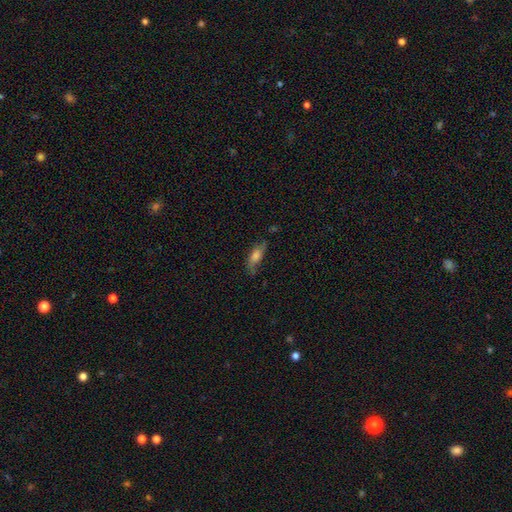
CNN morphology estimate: Smooth or featured?
  - smooth: 48% *
  - featured or disk: 41%
  - star or artifact: 11%
Merging?
  - none: 62% *
  - minor disturbance: 25%
  - major disturbance: 11%
  - merger: 3%